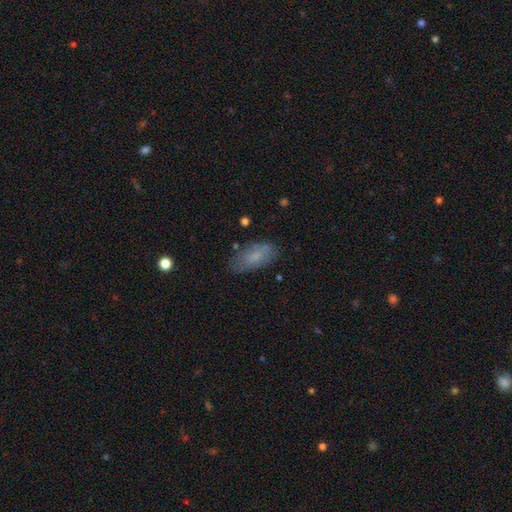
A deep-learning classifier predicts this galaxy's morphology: Smooth or featured? Predicted: smooth (p=0.72). How rounded? Predicted: in between (p=0.87). Merging? Predicted: none (p=0.72).